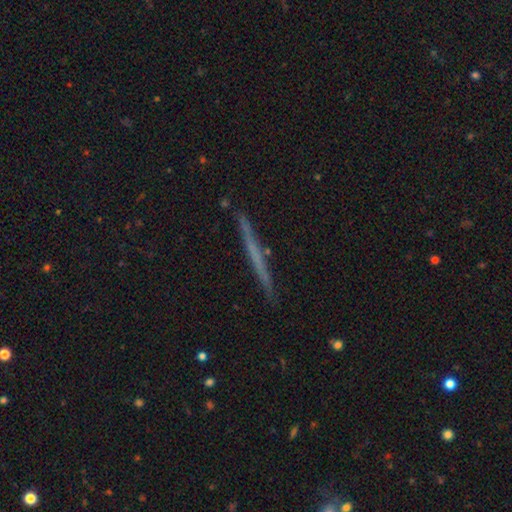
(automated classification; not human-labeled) smooth_or_featured: featured or disk (p=0.53) [alt: smooth p=0.41]
disk_edge_on: yes (p=0.97) [alt: no p=0.03]
edge_on_bulge: none (p=0.93) [alt: rounded p=0.05]
merging: none (p=0.90) [alt: minor disturbance p=0.07]